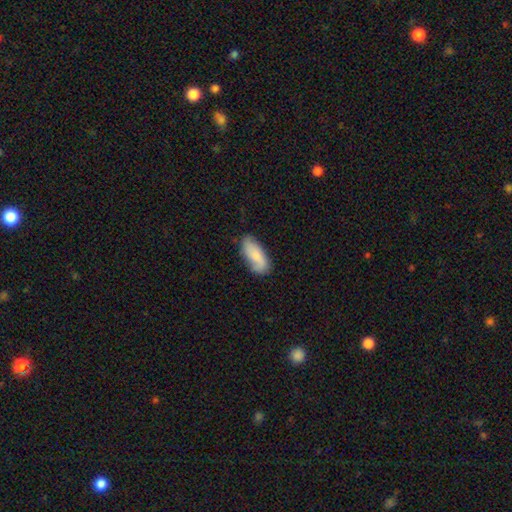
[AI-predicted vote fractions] smooth_or_featured: smooth (p=0.70) [alt: featured or disk p=0.23]
how_rounded: in between (p=0.85) [alt: cigar-shaped p=0.13]
merging: none (p=0.69) [alt: minor disturbance p=0.23]